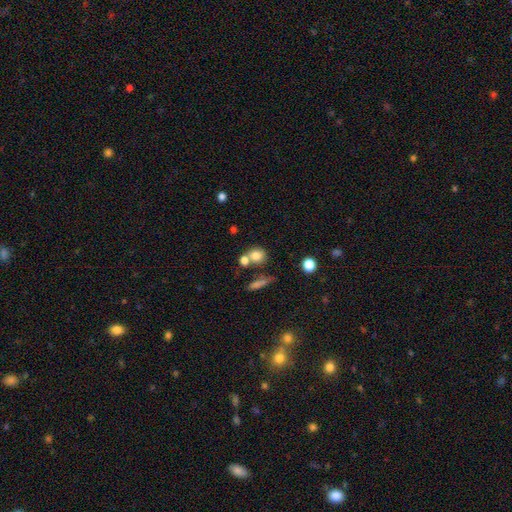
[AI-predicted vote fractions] Smooth or featured: smooth — 79% (star or artifact — 11%)
How rounded: round — 74% (in between — 24%)
Merging: none — 52% (merger — 32%)